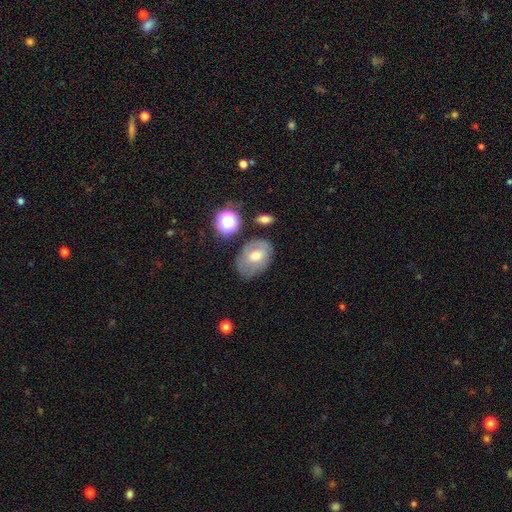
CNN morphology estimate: This is possibly a smooth galaxy (49%). Merging: likely none (66%).